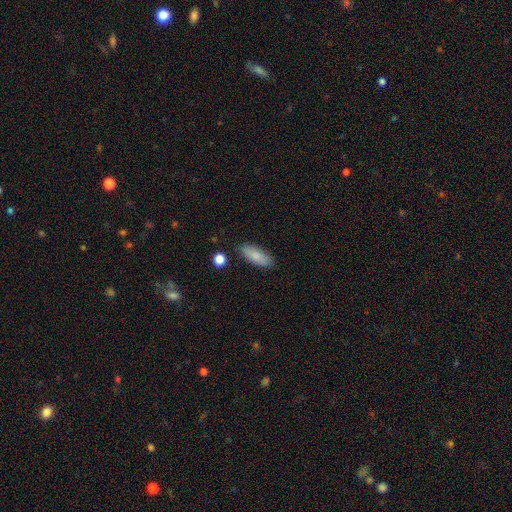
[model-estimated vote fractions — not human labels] Q: Smooth or featured?
A: smooth (83%); runner-up: featured or disk (10%)
Q: How rounded?
A: in between (73%); runner-up: cigar-shaped (25%)
Q: Merging?
A: none (84%); runner-up: minor disturbance (11%)